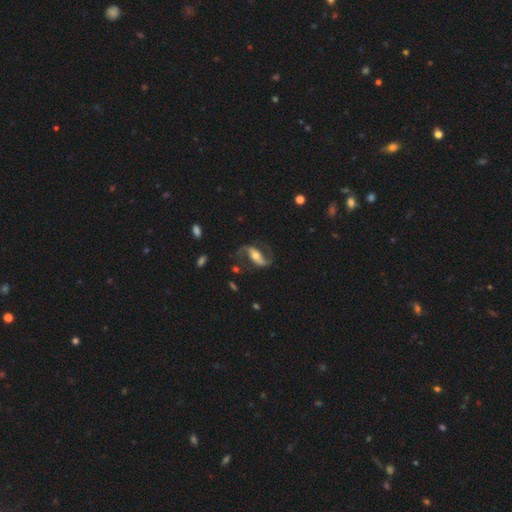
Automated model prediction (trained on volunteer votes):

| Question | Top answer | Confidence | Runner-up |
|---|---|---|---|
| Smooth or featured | featured or disk | 86% | smooth (9%) |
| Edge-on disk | no | 93% | yes (7%) |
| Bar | strong | 53% | weak (26%) |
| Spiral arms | yes | 95% | no (5%) |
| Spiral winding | loose | 55% | medium (35%) |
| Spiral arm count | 2 | 92% | 1 (3%) |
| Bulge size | moderate | 62% | small (26%) |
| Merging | none | 73% | minor disturbance (14%) |